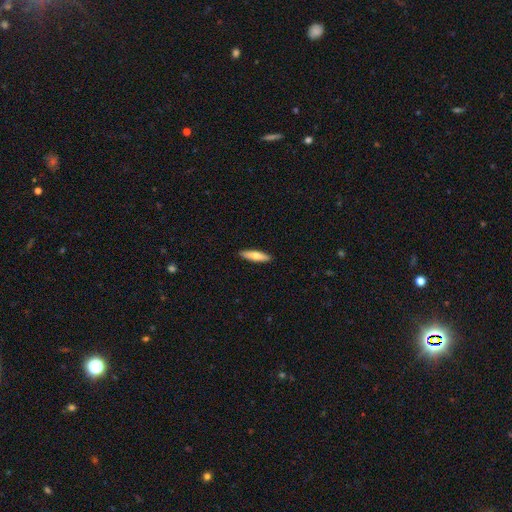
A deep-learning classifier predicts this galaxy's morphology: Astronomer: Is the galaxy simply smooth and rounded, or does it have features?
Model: smooth — 69%.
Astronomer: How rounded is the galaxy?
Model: cigar-shaped — 71%.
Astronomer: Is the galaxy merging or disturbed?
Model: none — 91%.